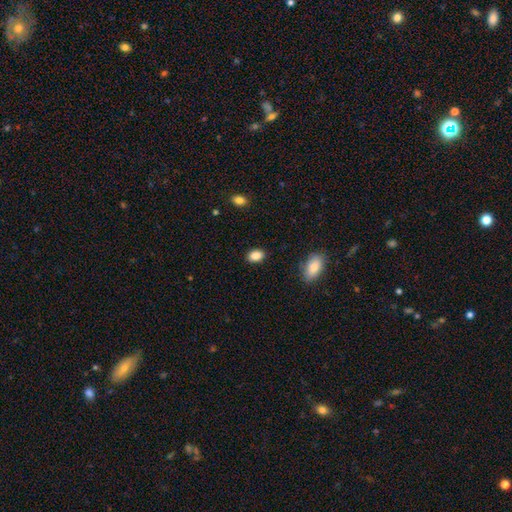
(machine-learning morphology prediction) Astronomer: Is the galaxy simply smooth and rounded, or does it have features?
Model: smooth — 88%.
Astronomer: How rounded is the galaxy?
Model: in between — 77%.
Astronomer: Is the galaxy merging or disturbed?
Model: none — 88%.